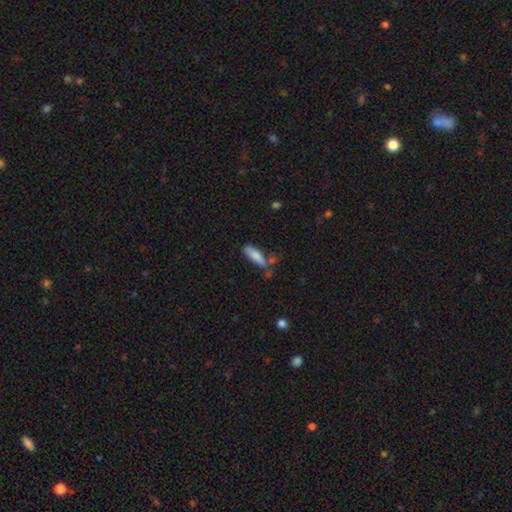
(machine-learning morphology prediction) This appears to be a smooth galaxy with no disk features (82%) that is in between round and cigar-shaped (51%). Merging: none (53%).